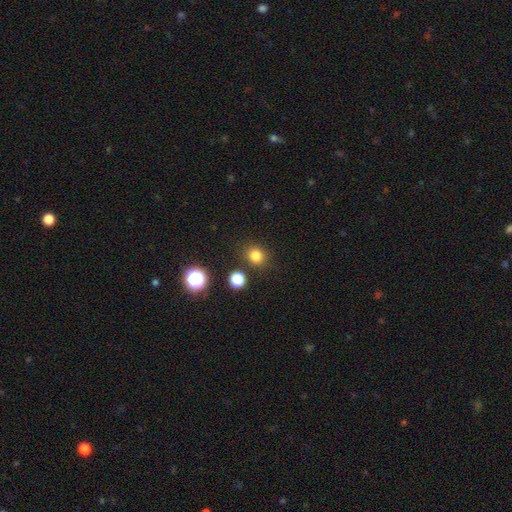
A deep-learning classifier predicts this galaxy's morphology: A smooth galaxy with no disk features (80%) that is round (83%).

Vote fractions:
- Smooth or featured? smooth: 80% / star or artifact: 15% / featured or disk: 5%
- How rounded? round: 83% / in between: 17% / cigar-shaped: 1%
- Merging? none: 86% / minor disturbance: 8% / merger: 4% / major disturbance: 3%